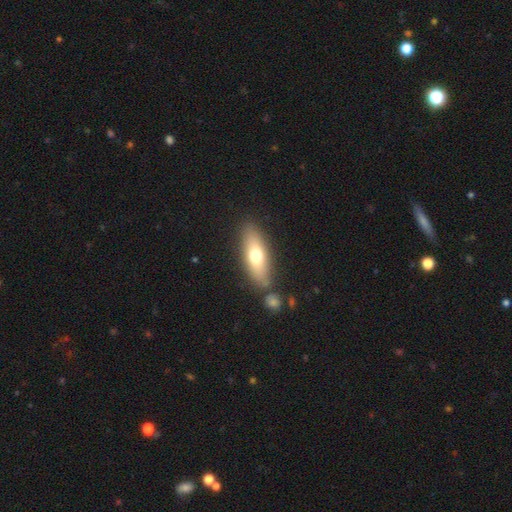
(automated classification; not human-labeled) smooth 66%, featured or disk 27%, star or artifact 6%. Down the decision tree: how rounded — in between (60%); merging — none (78%).